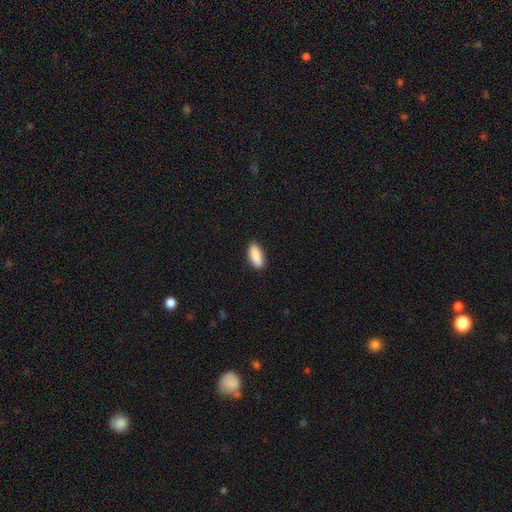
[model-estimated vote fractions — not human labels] Smooth or featured? Predicted: smooth (p=0.90). How rounded? Predicted: in between (p=0.78). Merging? Predicted: none (p=0.89).